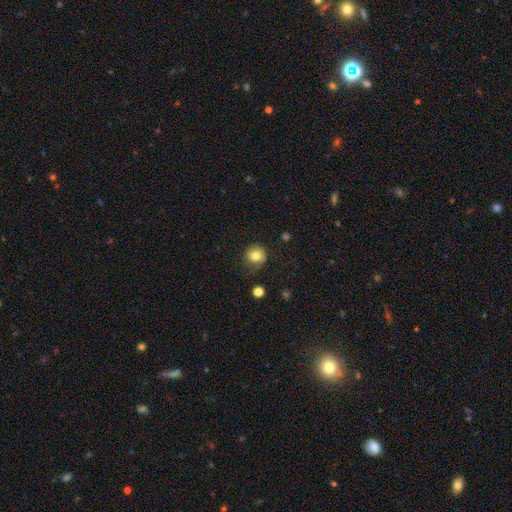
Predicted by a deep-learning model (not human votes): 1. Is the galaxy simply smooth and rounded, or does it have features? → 80% smooth, 10% star or artifact, 9% featured or disk.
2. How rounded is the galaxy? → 88% round, 11% in between, 1% cigar-shaped.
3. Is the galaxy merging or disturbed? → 69% none, 22% minor disturbance, 7% major disturbance, 2% merger.